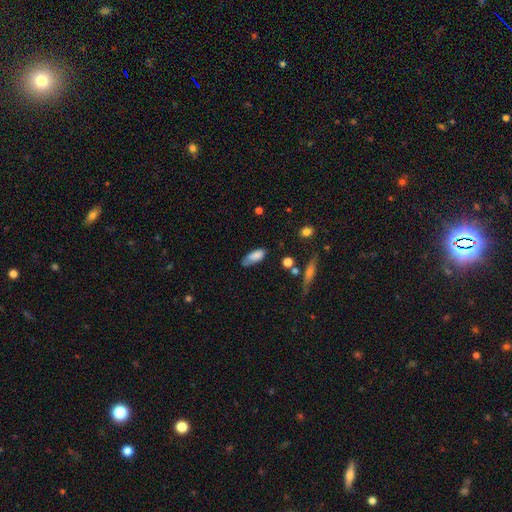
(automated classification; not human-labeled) A smooth galaxy with no disk features (79%) that is in between round and cigar-shaped (80%). Merging: none (50%).